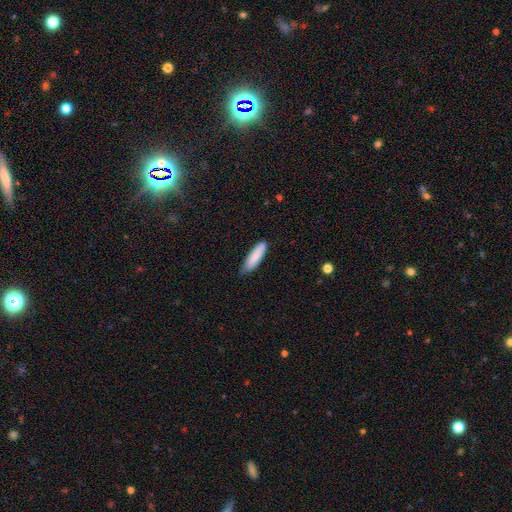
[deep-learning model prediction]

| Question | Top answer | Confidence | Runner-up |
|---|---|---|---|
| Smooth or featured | smooth | 87% | featured or disk (8%) |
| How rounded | cigar-shaped | 61% | in between (38%) |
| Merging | none | 70% | minor disturbance (26%) |